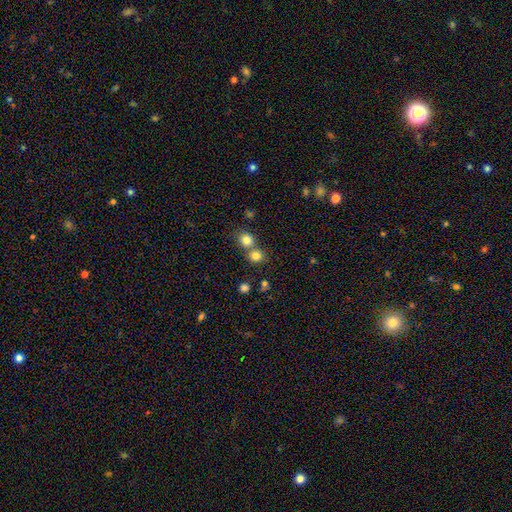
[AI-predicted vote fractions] Overall: smooth (80%). How rounded: round (81%). Merging: none (52%; merger 40%).